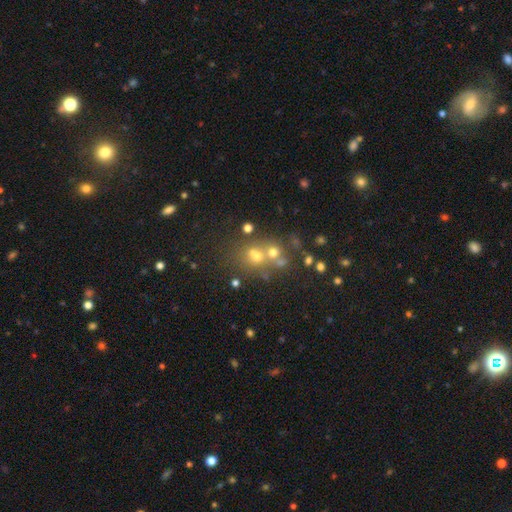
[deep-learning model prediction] This appears to be a smooth galaxy with no disk features (55%) that is round (69%). Merging: merger (45%).